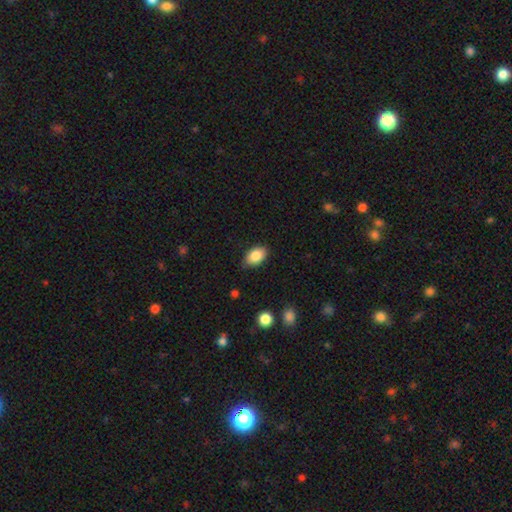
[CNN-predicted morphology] This is clearly a smooth galaxy (86%). How rounded: clearly in between (89%). Merging: clearly none (82%).